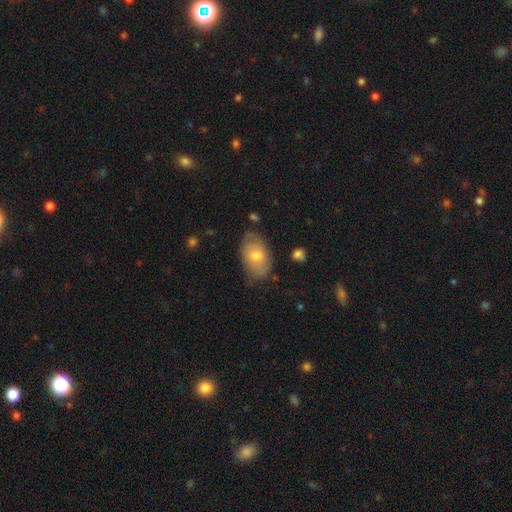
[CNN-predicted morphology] A smooth galaxy with no disk features (62%) that is in between round and cigar-shaped (90%).

Vote fractions:
- Smooth or featured? smooth: 62% / featured or disk: 31% / star or artifact: 7%
- How rounded? in between: 90% / round: 9% / cigar-shaped: 1%
- Merging? none: 66% / minor disturbance: 26% / major disturbance: 6% / merger: 2%